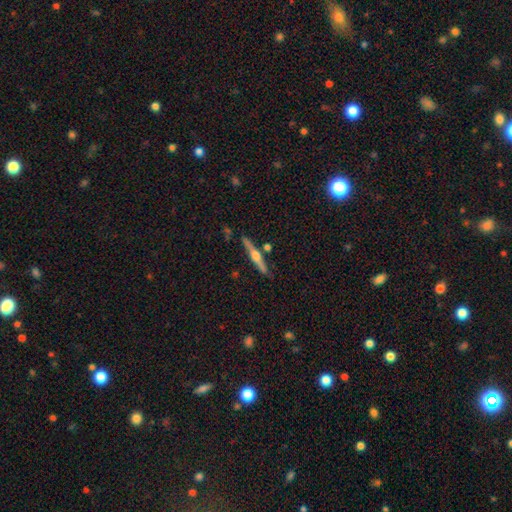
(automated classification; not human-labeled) This appears to be a featured or disk galaxy (72%) viewed edge-on (98%) with a rounded central bulge (92%). Merging: none (84%).